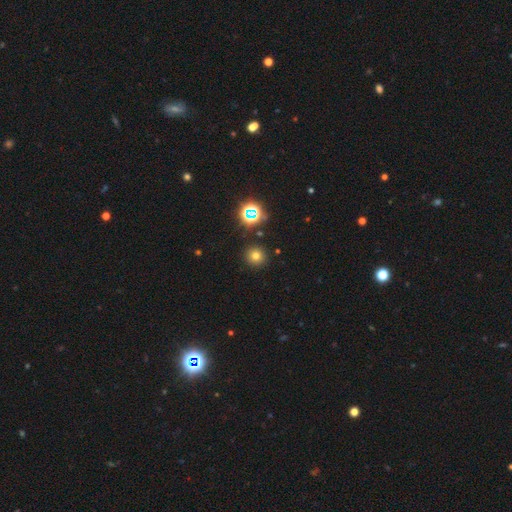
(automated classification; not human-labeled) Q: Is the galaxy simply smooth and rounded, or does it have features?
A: smooth — 69%.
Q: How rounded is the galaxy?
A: round — 94%.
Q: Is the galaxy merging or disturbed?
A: none — 89%.